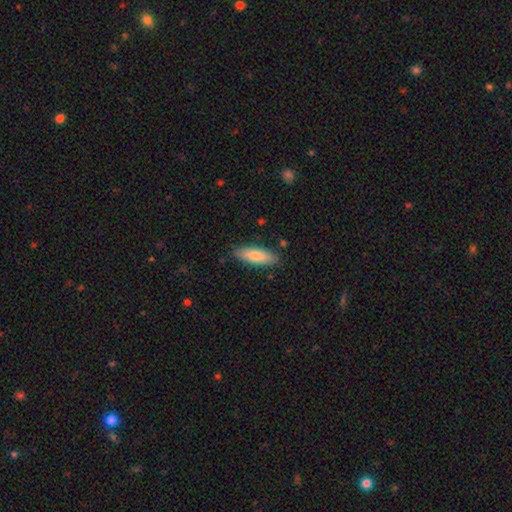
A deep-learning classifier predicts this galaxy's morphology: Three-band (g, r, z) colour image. It shows a smooth galaxy with no disk features (75%) that is in between round and cigar-shaped (55%). Merging: none (86%).